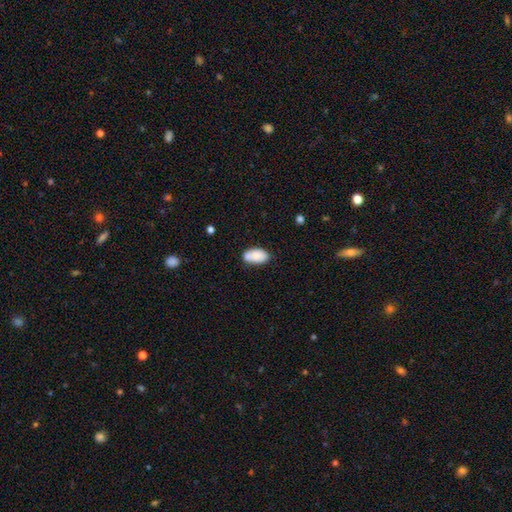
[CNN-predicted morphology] smooth 83%, featured or disk 10%, star or artifact 7%. Down the decision tree: how rounded — in between (94%); merging — none (58%).